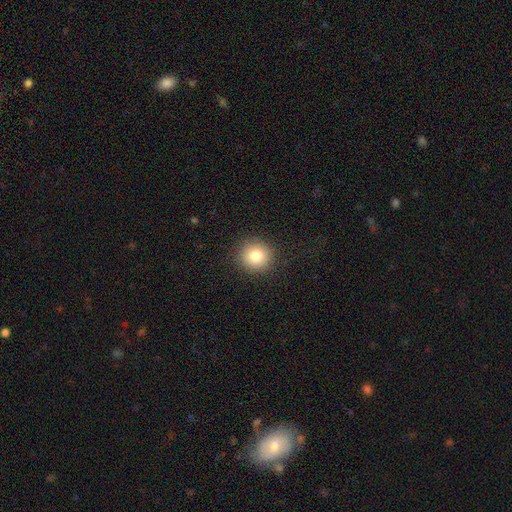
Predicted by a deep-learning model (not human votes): Q: Smooth or featured?
A: smooth (82%); runner-up: star or artifact (10%)
Q: How rounded?
A: round (91%); runner-up: in between (8%)
Q: Merging?
A: none (91%); runner-up: minor disturbance (6%)